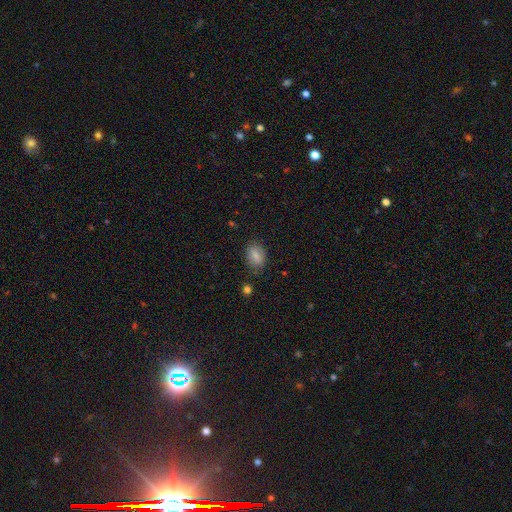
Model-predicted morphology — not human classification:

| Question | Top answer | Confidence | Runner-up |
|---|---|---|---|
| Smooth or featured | smooth | 79% | featured or disk (12%) |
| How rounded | in between | 79% | round (19%) |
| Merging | none | 80% | minor disturbance (14%) |